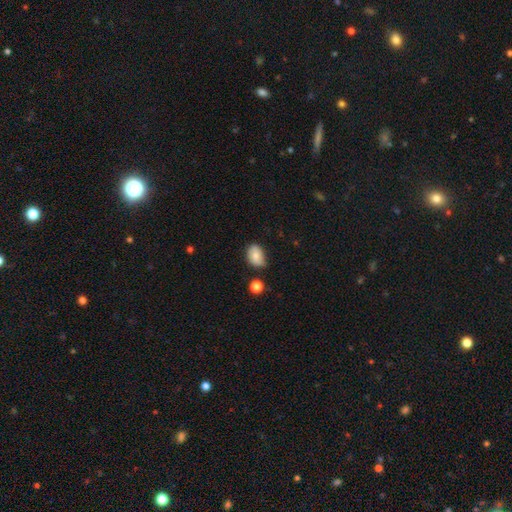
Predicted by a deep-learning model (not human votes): The model was most divided on "merging": none: 57%, minor disturbance: 34%, major disturbance: 6%, merger: 4%. More confident: smooth or featured — smooth (77%); how rounded — in between (76%).